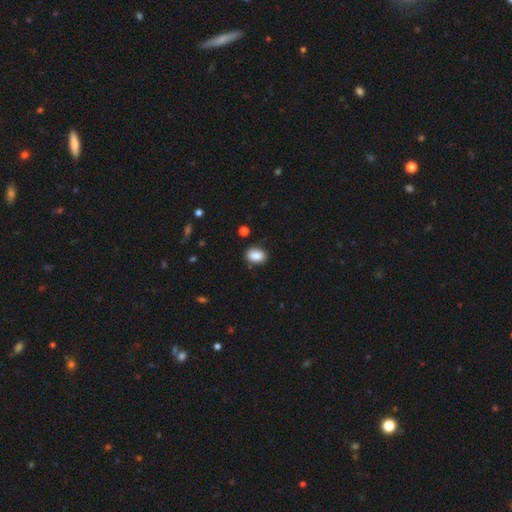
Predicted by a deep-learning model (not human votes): smooth_or_featured: smooth (p=0.85) [alt: star or artifact p=0.08]
how_rounded: in between (p=0.78) [alt: round p=0.21]
merging: none (p=0.86) [alt: minor disturbance p=0.10]